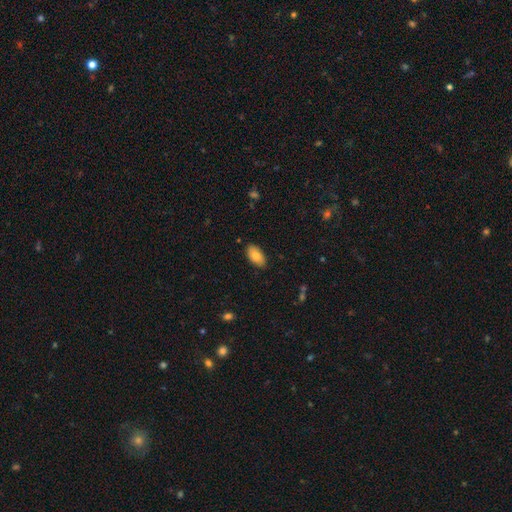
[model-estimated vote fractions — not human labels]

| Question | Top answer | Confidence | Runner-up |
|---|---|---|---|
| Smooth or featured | smooth | 81% | featured or disk (12%) |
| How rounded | in between | 95% | round (3%) |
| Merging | none | 87% | minor disturbance (10%) |